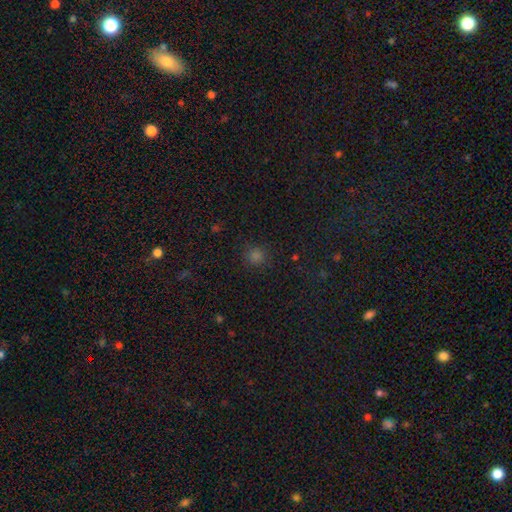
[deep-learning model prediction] A smooth galaxy with no disk features (74%) that is round (91%). Merging: none (89%).